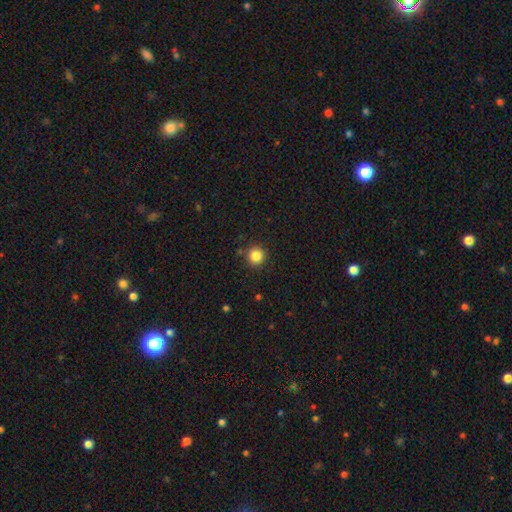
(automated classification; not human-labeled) smooth-or-featured: smooth: 85% | star or artifact: 11% | featured or disk: 4%
  how-rounded: round: 94% | in between: 5% | cigar-shaped: 1%
  merging: none: 89% | minor disturbance: 7% | merger: 2% | major disturbance: 2%